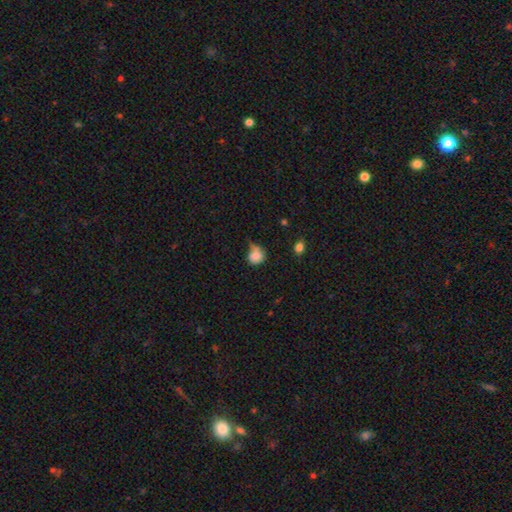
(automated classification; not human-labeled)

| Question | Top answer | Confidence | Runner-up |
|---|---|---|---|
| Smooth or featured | smooth | 82% | star or artifact (9%) |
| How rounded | round | 80% | in between (19%) |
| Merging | none | 39% | minor disturbance (33%) |